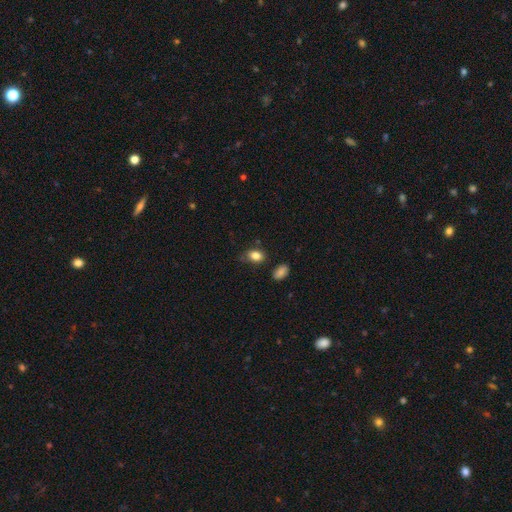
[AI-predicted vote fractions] A smooth galaxy with no disk features (84%) that is in between round and cigar-shaped (76%). Merging: none (69%).